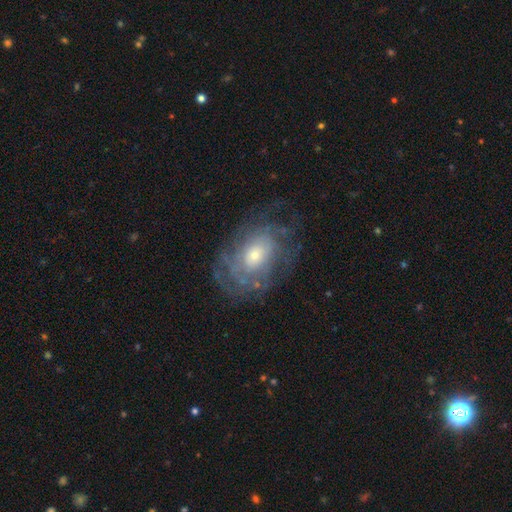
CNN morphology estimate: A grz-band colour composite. It shows a featured or disk galaxy (71%) with no bar (77%), tight (65%) spiral arms (77%) and a moderate central bulge (46%, tied with small). Merging: none (71%).